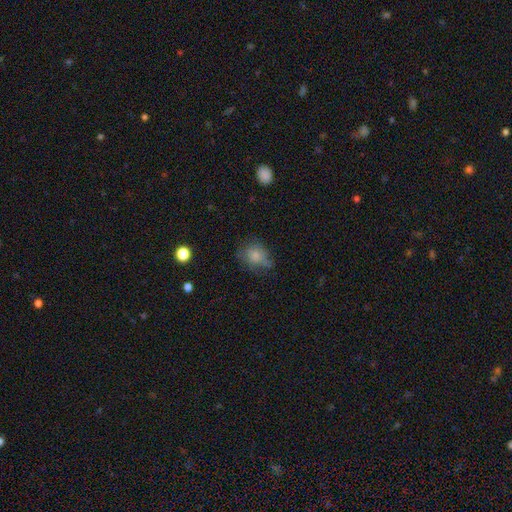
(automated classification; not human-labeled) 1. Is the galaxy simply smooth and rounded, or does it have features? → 72% smooth, 17% featured or disk, 11% star or artifact.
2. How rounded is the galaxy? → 52% round, 47% in between, 1% cigar-shaped.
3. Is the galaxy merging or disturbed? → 49% none, 31% minor disturbance, 18% major disturbance, 3% merger.